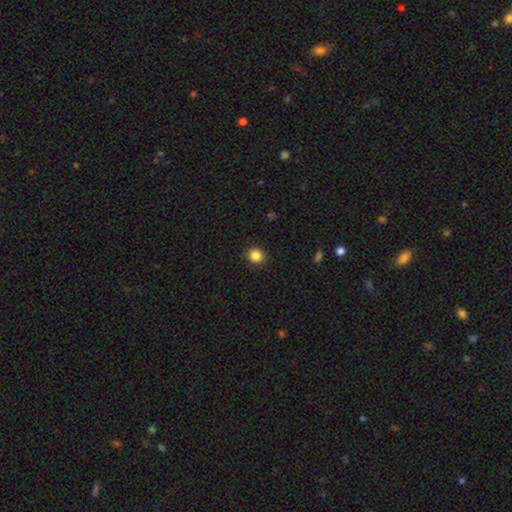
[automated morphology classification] Smooth or featured? smooth (86%)
How rounded? round (87%)
Merging? none (91%)